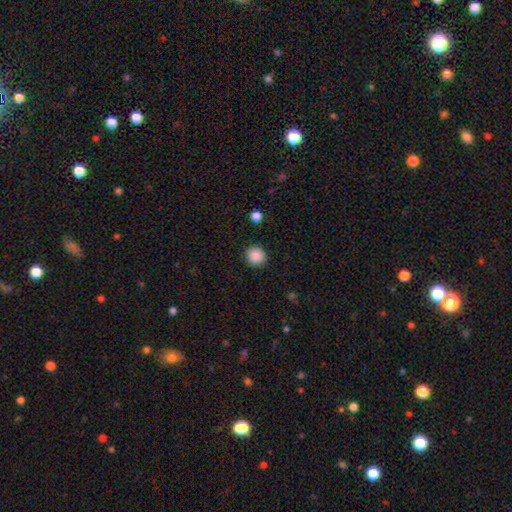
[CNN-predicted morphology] Smooth or featured? smooth (88%)
How rounded? round (93%)
Merging? none (92%)